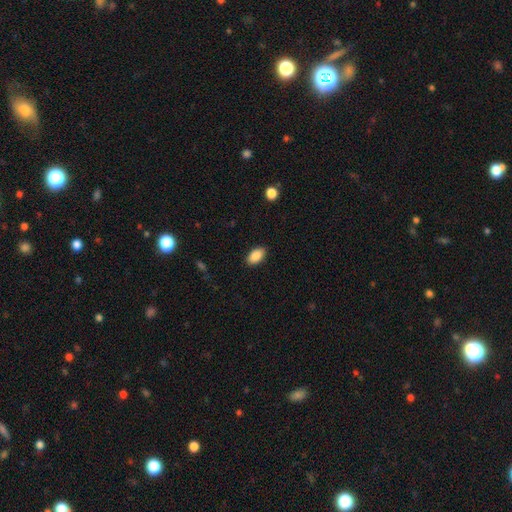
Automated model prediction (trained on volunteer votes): This is clearly a smooth galaxy (89%). How rounded: clearly in between (93%). Merging: clearly none (88%).